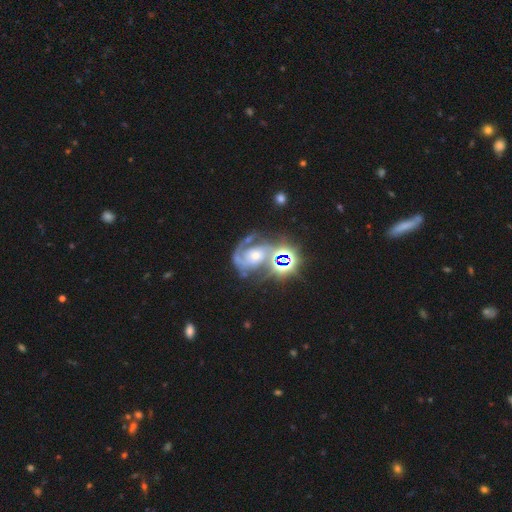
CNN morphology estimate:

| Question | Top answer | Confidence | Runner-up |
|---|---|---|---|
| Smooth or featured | featured or disk | 76% | star or artifact (16%) |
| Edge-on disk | no | 98% | yes (2%) |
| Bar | no | 60% | weak (28%) |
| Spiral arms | yes | 95% | no (5%) |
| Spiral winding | medium | 50% | tight (37%) |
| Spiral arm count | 2 | 66% | 1 (11%) |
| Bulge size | small | 49% | moderate (42%) |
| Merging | none | 43% | major disturbance (20%) |